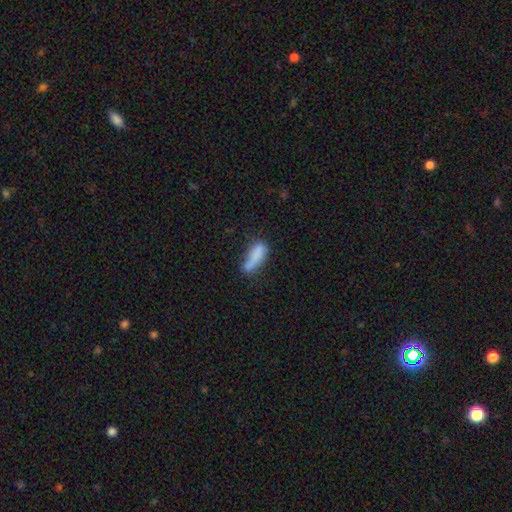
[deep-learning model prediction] smooth_or_featured: smooth (p=0.79) [alt: featured or disk p=0.12]
how_rounded: in between (p=0.50) [alt: cigar-shaped p=0.48]
merging: none (p=0.46) [alt: minor disturbance p=0.30]